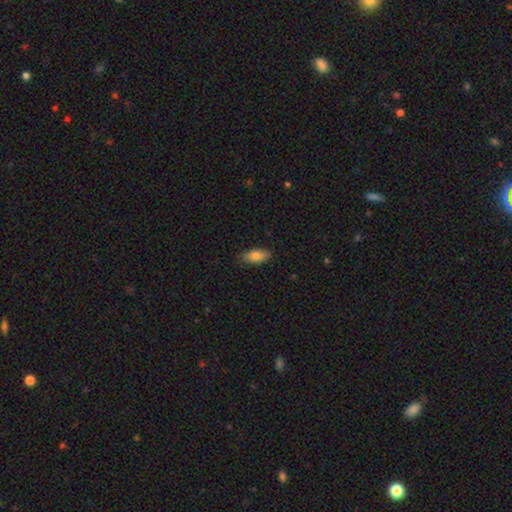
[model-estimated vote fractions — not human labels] Smooth or featured?
  - smooth: 83% *
  - featured or disk: 10%
  - star or artifact: 7%
How rounded?
  - in between: 88% *
  - cigar-shaped: 9%
  - round: 2%
Merging?
  - none: 82% *
  - minor disturbance: 14%
  - major disturbance: 3%
  - merger: 1%